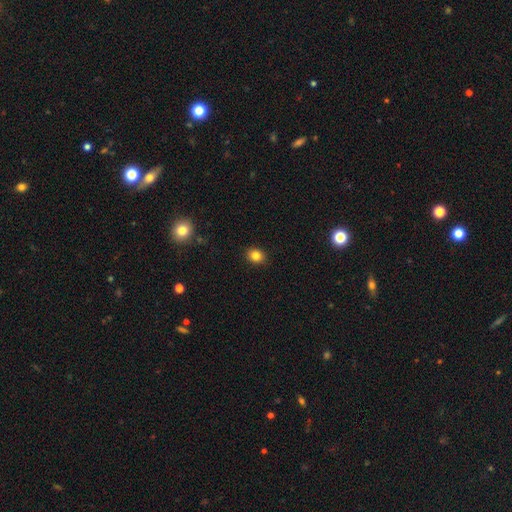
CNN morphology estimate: A smooth galaxy with no disk features (83%) that is round (62%). Merging: none (90%).